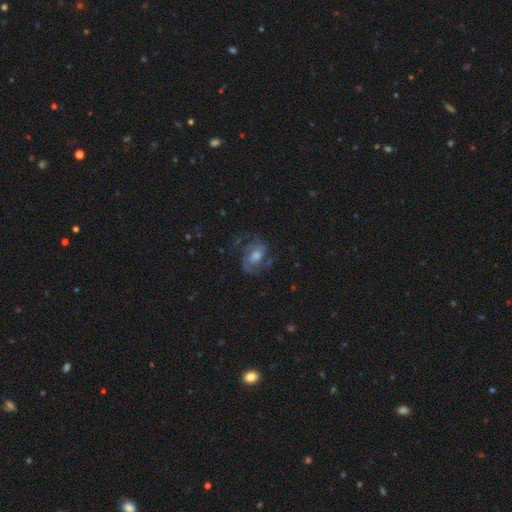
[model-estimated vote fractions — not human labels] Smooth or featured? Predicted: featured or disk (p=0.80). Edge-on disk? Predicted: no (p=0.97). Bar? Predicted: no (p=0.49). Spiral arms? Predicted: yes (p=0.94). Spiral winding? Predicted: medium (p=0.52). Spiral arm count? Predicted: 2 (p=0.77). Bulge size? Predicted: moderate (p=0.55). Merging? Predicted: none (p=0.66).